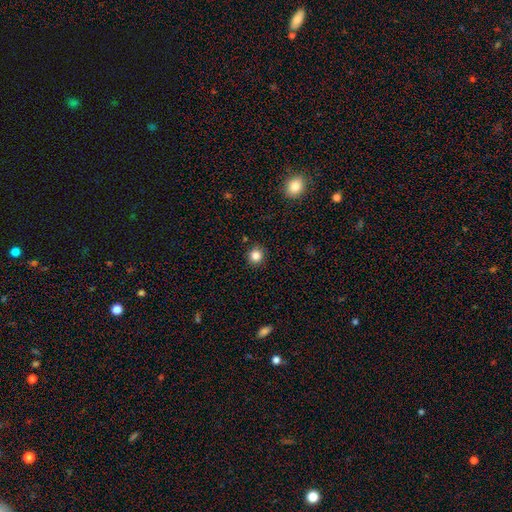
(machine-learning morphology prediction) type=smooth (85%); roundness=round (91%); merging=none (90%).